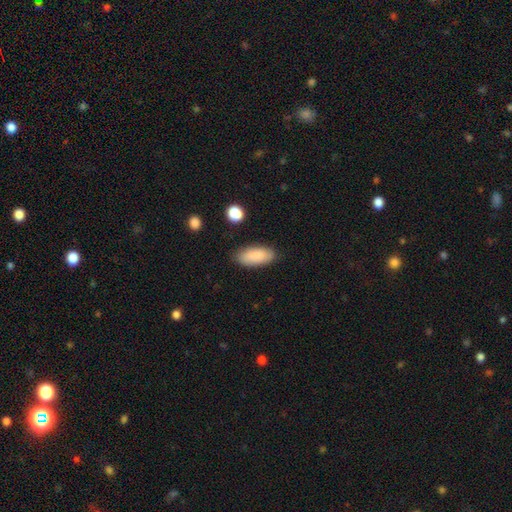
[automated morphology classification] Q: Smooth or featured?
A: smooth (87%); runner-up: star or artifact (6%)
Q: How rounded?
A: in between (84%); runner-up: cigar-shaped (13%)
Q: Merging?
A: none (83%); runner-up: minor disturbance (12%)